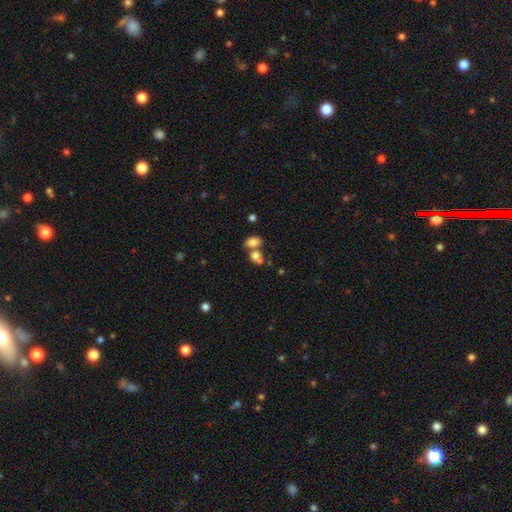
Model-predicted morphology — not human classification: Smooth or featured: smooth — 77% (star or artifact — 11%)
How rounded: in between — 75% (round — 24%)
Merging: merger — 50% (none — 35%)